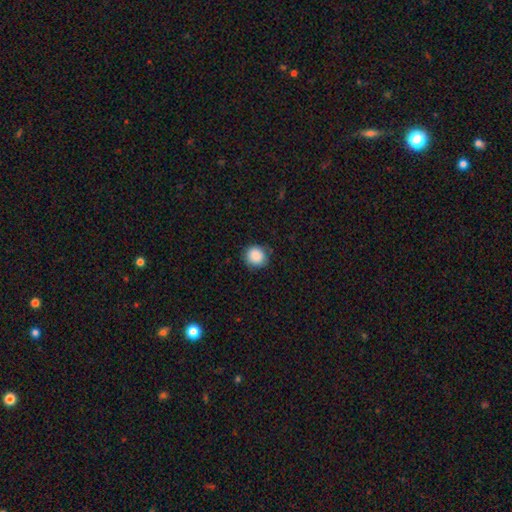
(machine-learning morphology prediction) smooth-or-featured: smooth: 89% | star or artifact: 9% | featured or disk: 3%
  how-rounded: round: 92% | in between: 7% | cigar-shaped: 1%
  merging: none: 87% | minor disturbance: 9% | major disturbance: 2% | merger: 1%